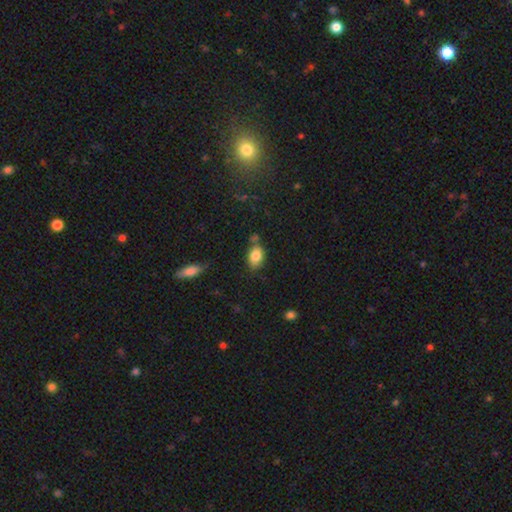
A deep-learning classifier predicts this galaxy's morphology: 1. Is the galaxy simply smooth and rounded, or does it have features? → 84% smooth, 8% star or artifact, 8% featured or disk.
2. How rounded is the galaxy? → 81% in between, 17% round, 2% cigar-shaped.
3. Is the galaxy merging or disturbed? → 61% none, 21% minor disturbance, 14% merger, 5% major disturbance.